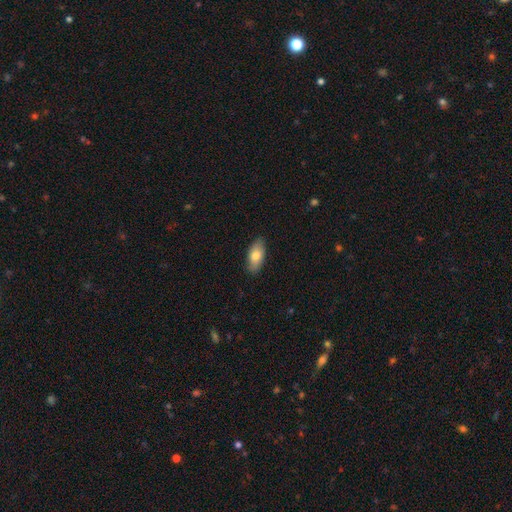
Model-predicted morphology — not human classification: Smooth or featured?
  - smooth: 76% *
  - featured or disk: 18%
  - star or artifact: 6%
How rounded?
  - in between: 89% *
  - cigar-shaped: 8%
  - round: 3%
Merging?
  - none: 86% *
  - minor disturbance: 11%
  - major disturbance: 2%
  - merger: 1%